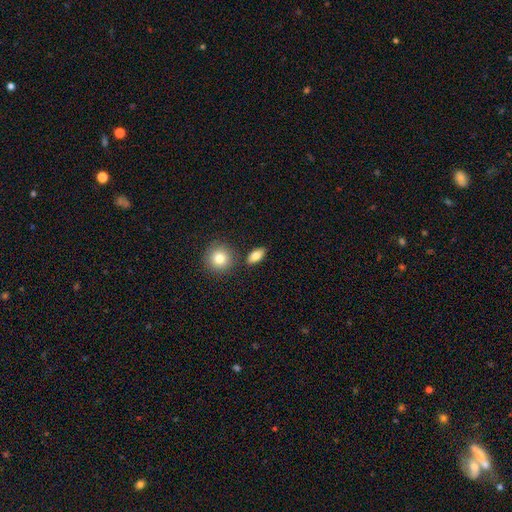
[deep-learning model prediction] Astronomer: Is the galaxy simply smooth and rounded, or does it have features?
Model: smooth — 82%.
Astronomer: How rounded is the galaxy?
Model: in between — 83%.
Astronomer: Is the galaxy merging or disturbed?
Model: none — 82%.